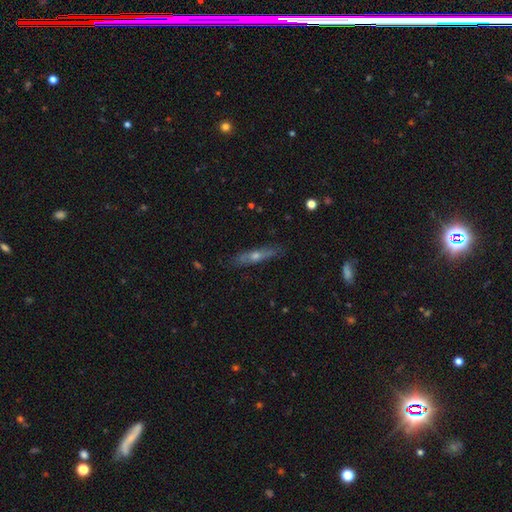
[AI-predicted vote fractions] Smooth or featured? featured or disk (59%)
Edge-on disk? yes (88%)
Edge-on bulge? rounded (85%)
Merging? none (85%)